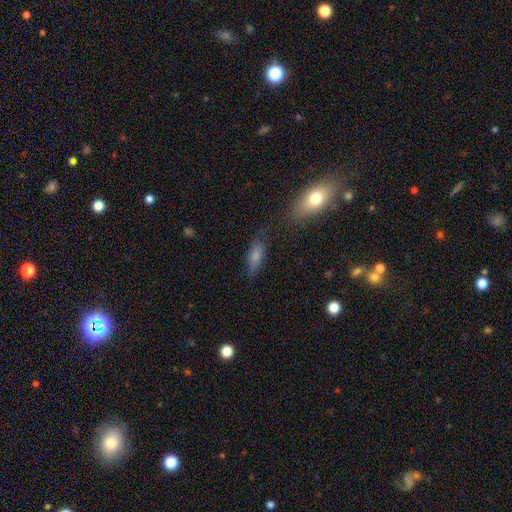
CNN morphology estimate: Smooth or featured: smooth — 73% (featured or disk — 17%)
How rounded: in between — 65% (cigar-shaped — 31%)
Merging: none — 67% (minor disturbance — 22%)